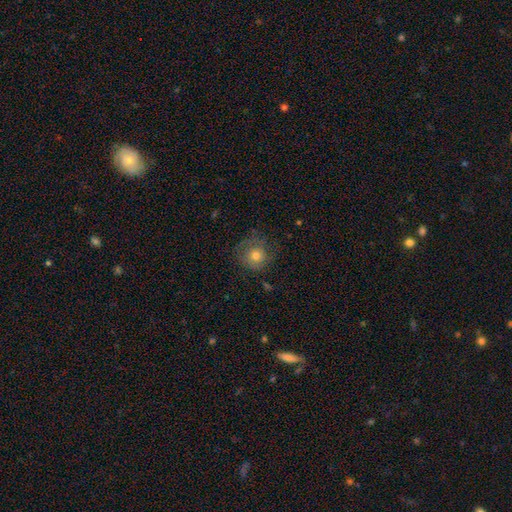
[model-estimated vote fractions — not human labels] This is likely a smooth galaxy (63%). How rounded: clearly round (90%). Merging: likely none (66%).